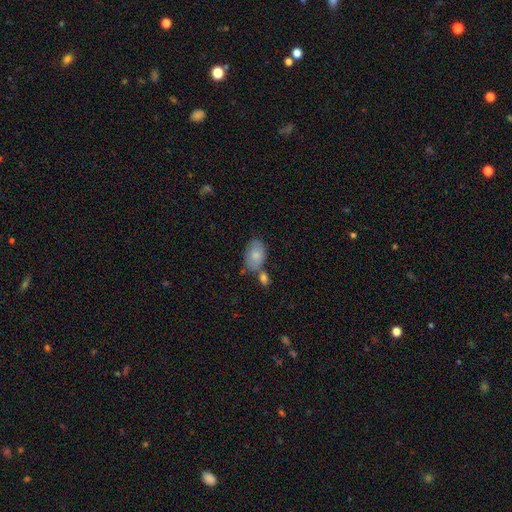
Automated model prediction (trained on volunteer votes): smooth 77%, featured or disk 16%, star or artifact 6%. Down the decision tree: how rounded — in between (89%); merging — none (54%).